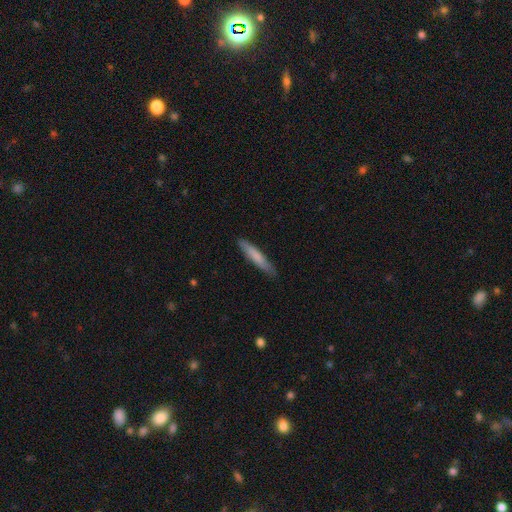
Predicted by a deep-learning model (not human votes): A smooth galaxy with no disk features (75%) that is cigar-shaped (91%).

Vote fractions:
- Smooth or featured? smooth: 75% / featured or disk: 20% / star or artifact: 5%
- How rounded? cigar-shaped: 91% / in between: 8% / round: 1%
- Merging? none: 87% / minor disturbance: 10% / major disturbance: 2% / merger: 1%